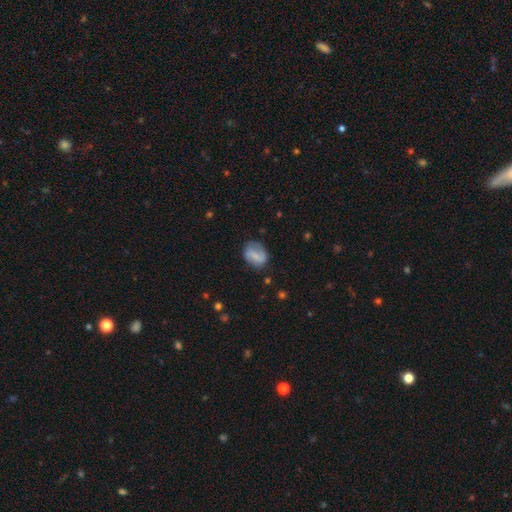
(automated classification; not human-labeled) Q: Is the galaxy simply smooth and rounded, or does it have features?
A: smooth — 50%.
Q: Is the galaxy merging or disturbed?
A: none — 71%.